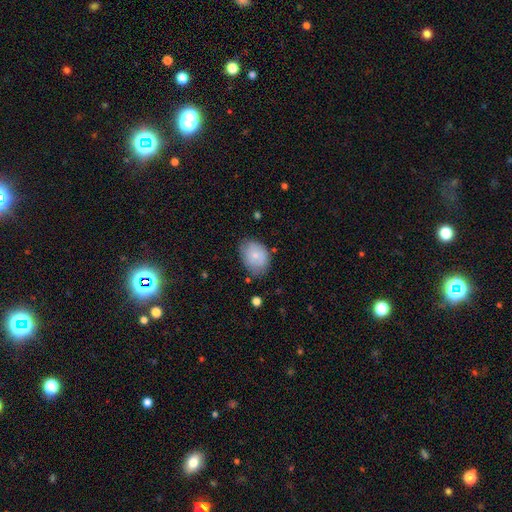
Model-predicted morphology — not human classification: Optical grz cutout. It shows a smooth galaxy with no disk features (75%) that is in between round and cigar-shaped (68%). Merging: none (66%).